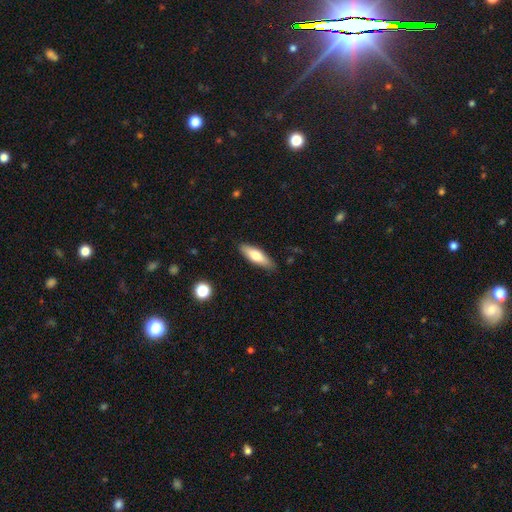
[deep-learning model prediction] Smooth or featured? Predicted: smooth (p=0.69). How rounded? Predicted: cigar-shaped (p=0.51). Merging? Predicted: none (p=0.86).